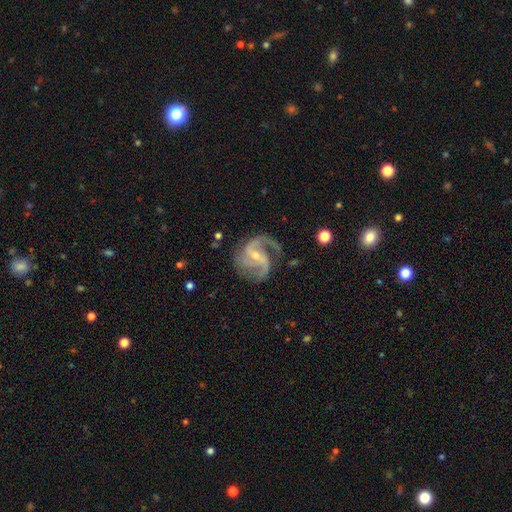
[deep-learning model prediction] Morphology: type=featured or disk (92%); edge-on=no (98%); bar=weak (42%); spiral arms=yes (98%); winding=medium (57%); arm count=2 (57%); bulge=small (68%); merging=none (66%).